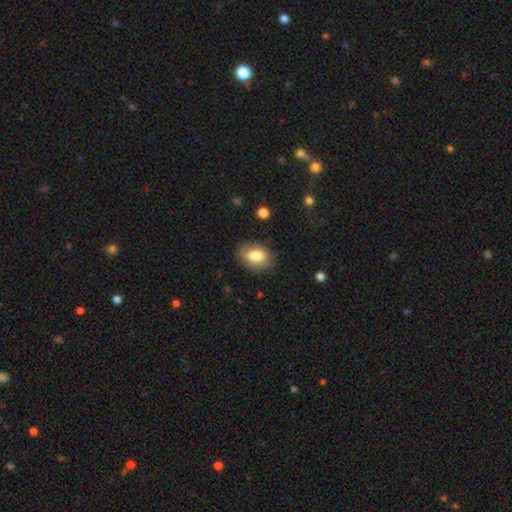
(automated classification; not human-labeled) Smooth or featured? smooth (79%)
How rounded? in between (87%)
Merging? none (81%)